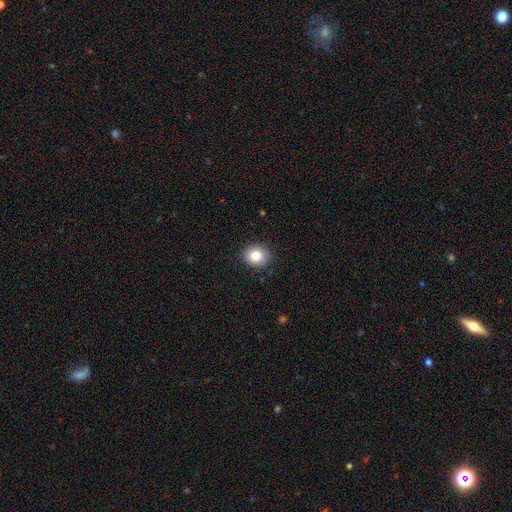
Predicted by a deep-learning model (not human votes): A smooth galaxy with no disk features (85%) that is round (77%).

Vote fractions:
- Smooth or featured? smooth: 85% / star or artifact: 9% / featured or disk: 6%
- How rounded? round: 77% / in between: 22% / cigar-shaped: 1%
- Merging? none: 89% / minor disturbance: 8% / major disturbance: 2% / merger: 1%